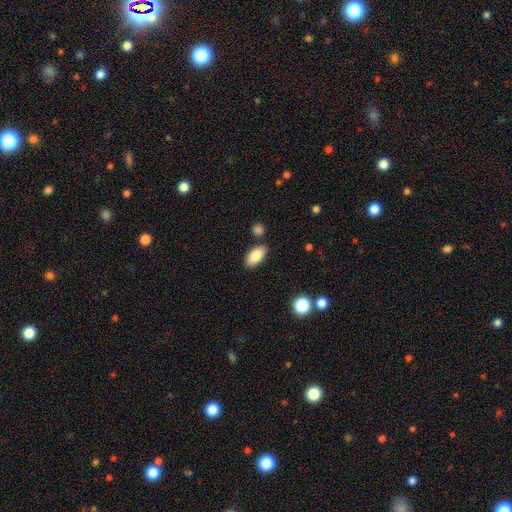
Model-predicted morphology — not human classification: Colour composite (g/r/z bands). It shows a smooth galaxy with no disk features (83%) that is in between round and cigar-shaped (92%). Merging: none (84%).